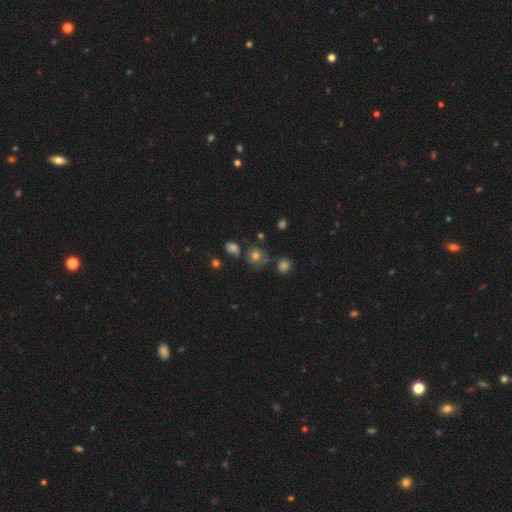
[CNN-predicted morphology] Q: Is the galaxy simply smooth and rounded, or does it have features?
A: smooth — 49%.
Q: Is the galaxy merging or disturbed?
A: none — 73%.